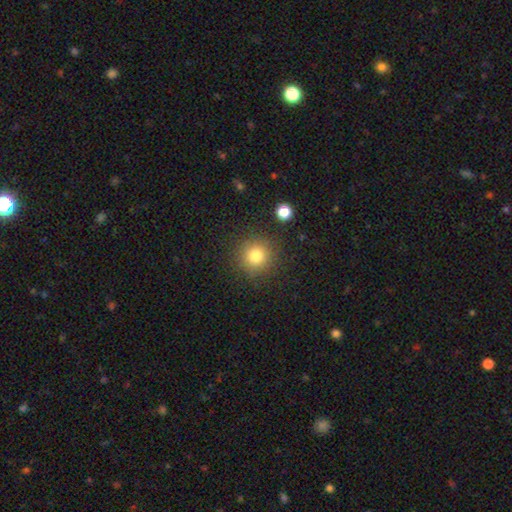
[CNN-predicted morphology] Q: Smooth or featured?
A: smooth (80%); runner-up: star or artifact (13%)
Q: How rounded?
A: round (94%); runner-up: in between (5%)
Q: Merging?
A: none (87%); runner-up: minor disturbance (7%)